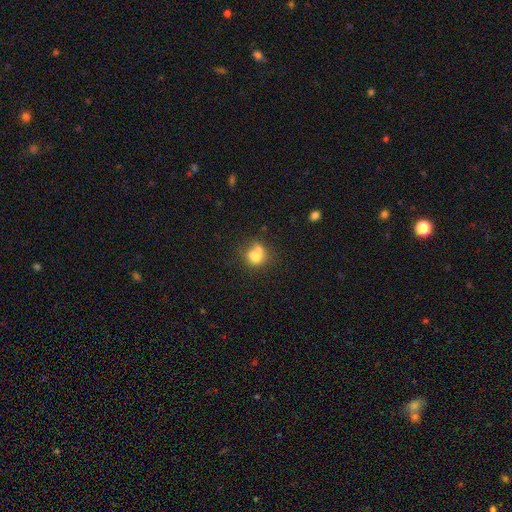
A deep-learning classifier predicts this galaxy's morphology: Smooth or featured?
  - smooth: 70% *
  - featured or disk: 19%
  - star or artifact: 11%
How rounded?
  - round: 67% *
  - in between: 32%
  - cigar-shaped: 1%
Merging?
  - merger: 48% *
  - none: 32%
  - minor disturbance: 12%
  - major disturbance: 7%